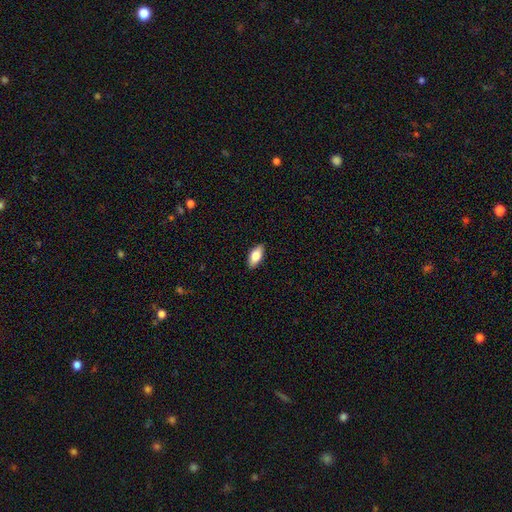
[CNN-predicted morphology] A smooth galaxy with no disk features (78%) that is in between round and cigar-shaped (86%).

Vote fractions:
- Smooth or featured? smooth: 78% / featured or disk: 16% / star or artifact: 6%
- How rounded? in between: 86% / cigar-shaped: 11% / round: 3%
- Merging? none: 89% / minor disturbance: 8% / major disturbance: 2% / merger: 1%